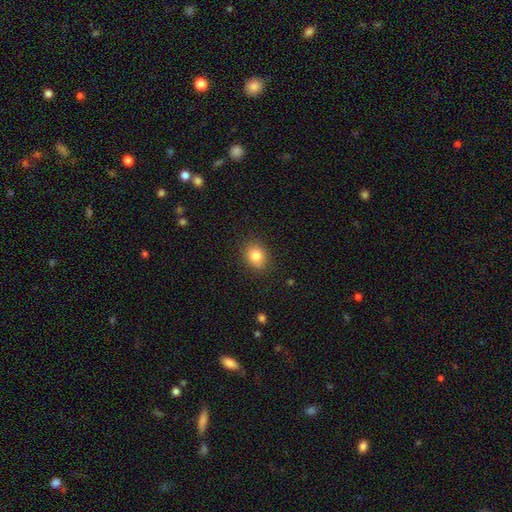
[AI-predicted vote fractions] Q: Smooth or featured?
A: smooth (82%); runner-up: star or artifact (10%)
Q: How rounded?
A: round (56%); runner-up: in between (43%)
Q: Merging?
A: none (86%); runner-up: minor disturbance (10%)